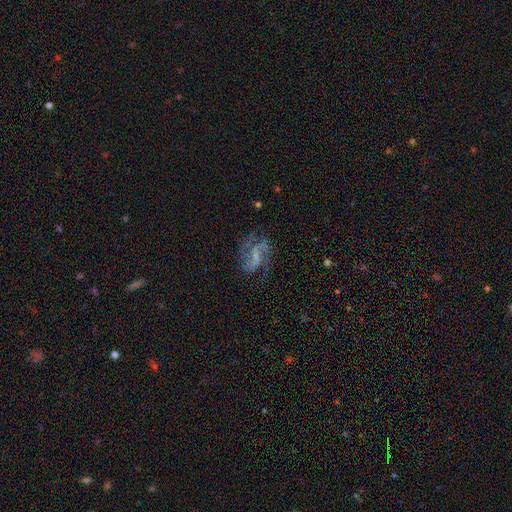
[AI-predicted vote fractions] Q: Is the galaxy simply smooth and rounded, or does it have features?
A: featured or disk — 84%.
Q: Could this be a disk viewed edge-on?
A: no — 98%.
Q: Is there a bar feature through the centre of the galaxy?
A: weak — 48%.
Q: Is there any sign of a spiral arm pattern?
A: yes — 95%.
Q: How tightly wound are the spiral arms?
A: loose — 44%, tied with medium.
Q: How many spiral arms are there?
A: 2 — 75%.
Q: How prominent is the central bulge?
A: small — 48%.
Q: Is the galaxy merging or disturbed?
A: none — 65%.